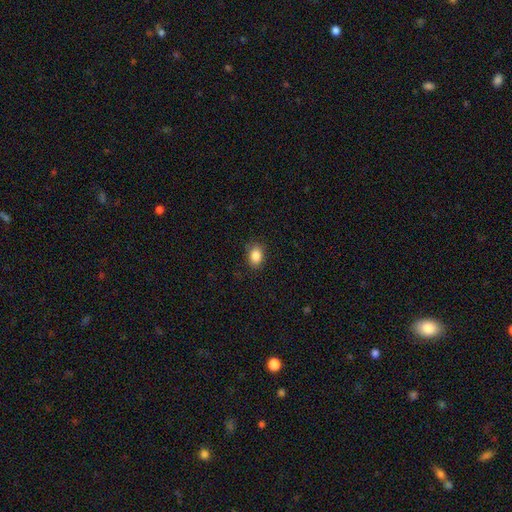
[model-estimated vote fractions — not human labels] Smooth or featured? smooth (87%)
How rounded? in between (77%)
Merging? none (82%)